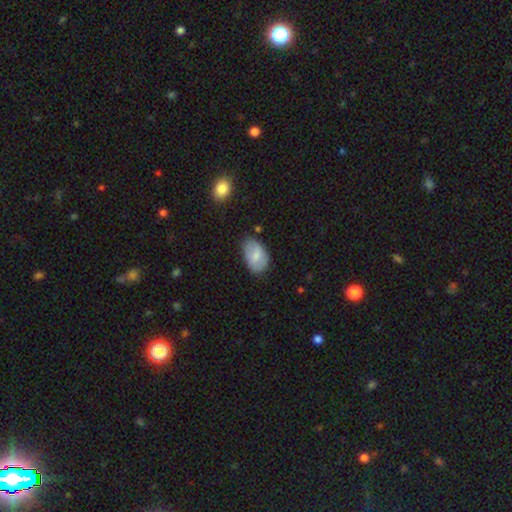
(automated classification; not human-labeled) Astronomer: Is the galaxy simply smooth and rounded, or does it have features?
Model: smooth — 73%.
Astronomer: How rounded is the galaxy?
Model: in between — 92%.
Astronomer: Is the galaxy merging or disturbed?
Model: none — 66%.